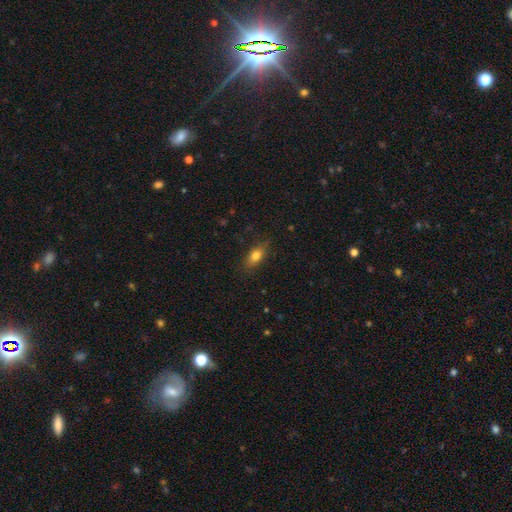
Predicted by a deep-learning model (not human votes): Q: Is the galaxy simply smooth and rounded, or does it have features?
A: smooth — 78%.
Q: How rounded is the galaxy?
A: in between — 78%.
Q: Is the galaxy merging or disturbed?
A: none — 81%.